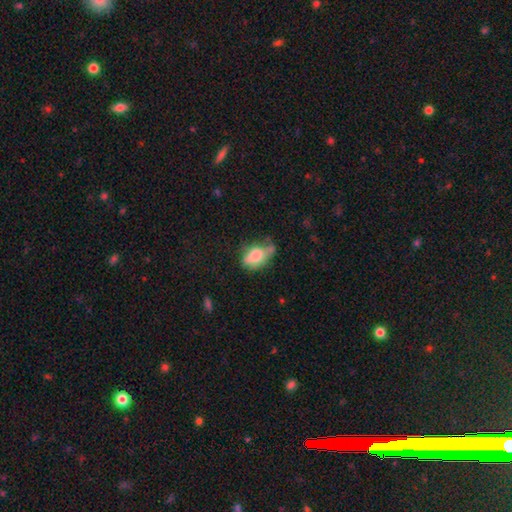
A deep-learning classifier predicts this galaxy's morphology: A smooth galaxy with no disk features (68%) that is in between round and cigar-shaped (83%).

Vote fractions:
- Smooth or featured? smooth: 68% / featured or disk: 23% / star or artifact: 9%
- How rounded? in between: 83% / round: 12% / cigar-shaped: 5%
- Merging? none: 37% / minor disturbance: 35% / major disturbance: 19% / merger: 9%